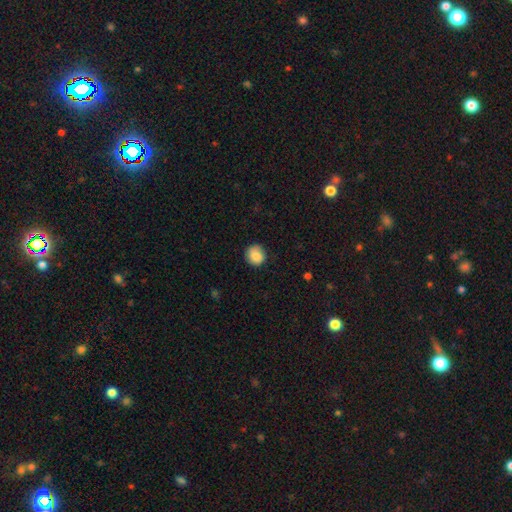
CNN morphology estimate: smooth 87%, star or artifact 8%, featured or disk 5%. Down the decision tree: how rounded — round (85%); merging — none (84%).